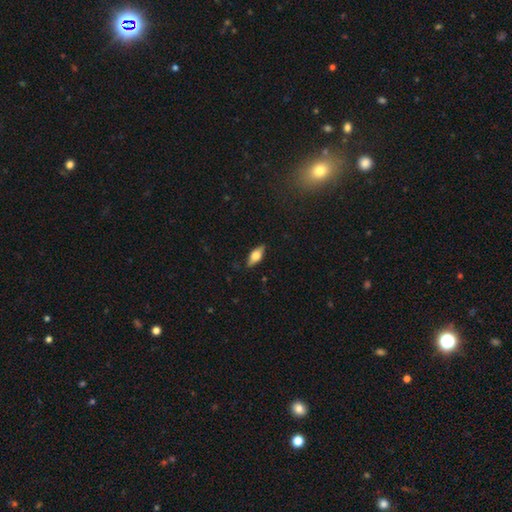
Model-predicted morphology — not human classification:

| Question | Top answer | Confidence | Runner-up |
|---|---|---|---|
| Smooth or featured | smooth | 53% | featured or disk (39%) |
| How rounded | in between | 77% | cigar-shaped (19%) |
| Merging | none | 83% | minor disturbance (13%) |